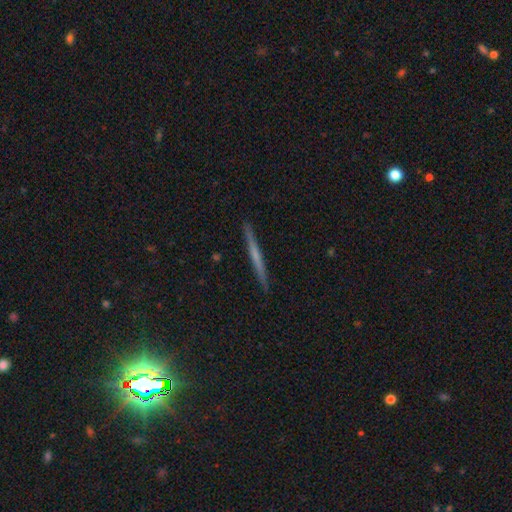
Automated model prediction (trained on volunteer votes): Smooth or featured? Predicted: featured or disk (p=0.53). Edge-on disk? Predicted: yes (p=0.98). Edge-on bulge? Predicted: none (p=0.81). Merging? Predicted: none (p=0.92).